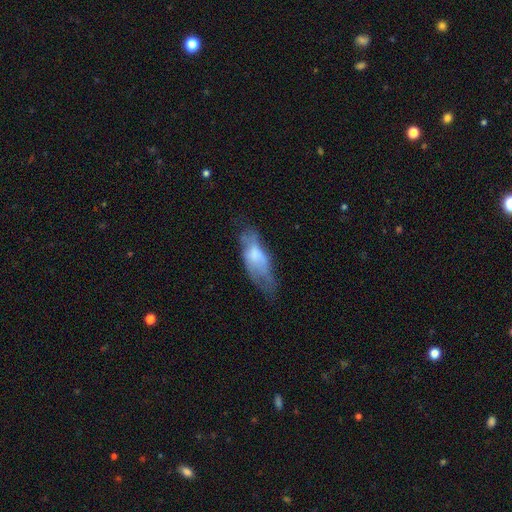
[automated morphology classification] smooth-or-featured: smooth: 56% | featured or disk: 36% | star or artifact: 8%
  how-rounded: in between: 72% | cigar-shaped: 25% | round: 2%
  merging: none: 38% | minor disturbance: 33% | major disturbance: 26% | merger: 3%